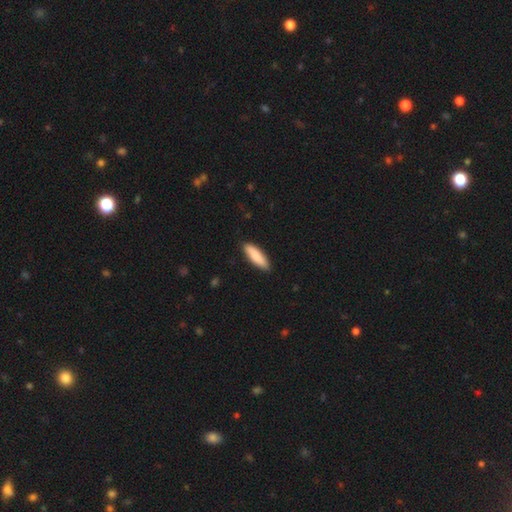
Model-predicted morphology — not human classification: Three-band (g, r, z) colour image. It shows a smooth galaxy with no disk features (87%) that is cigar-shaped (55%). Merging: none (88%).